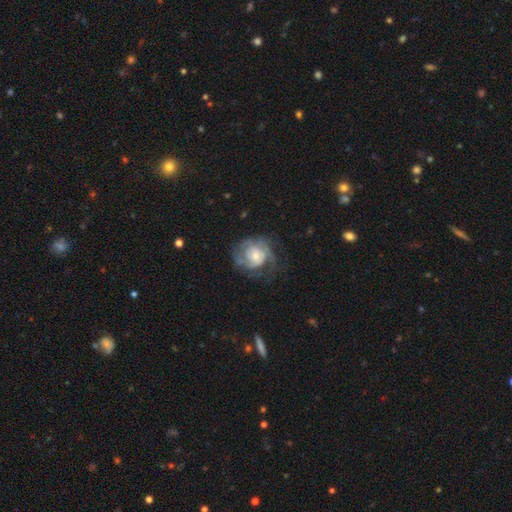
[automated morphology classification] Overall: featured or disk (66%; smooth 27%). Edge-on disk: no (98%). Bar: no (75%). Spiral arms: yes (76%). Bulge size: moderate (45%; small 42%). Merging: none (55%; minor disturbance 22%).